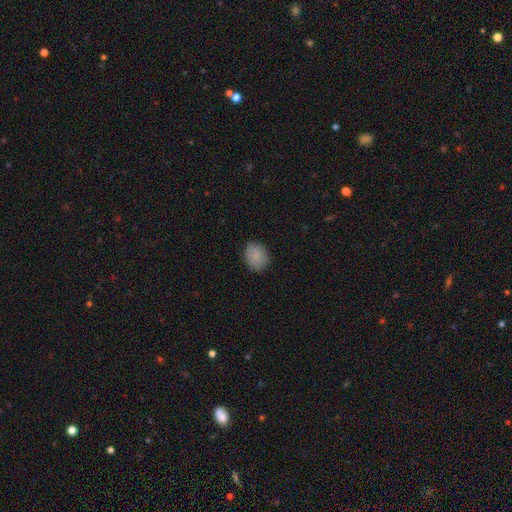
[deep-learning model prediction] This appears to be a smooth galaxy with no disk features (87%) that is round (55%). Merging: none (84%).